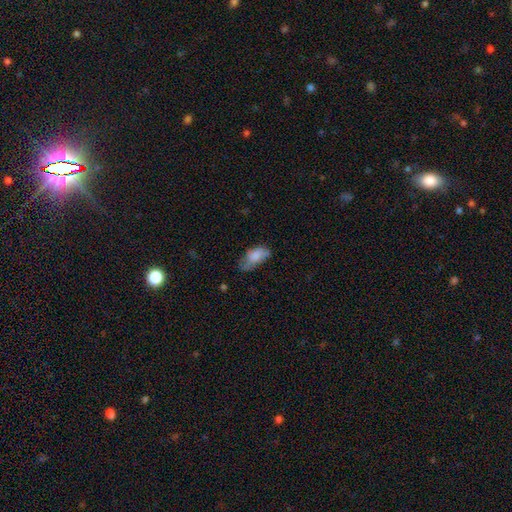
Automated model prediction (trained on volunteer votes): smooth_or_featured: smooth (p=0.74) [alt: featured or disk p=0.19]
how_rounded: in between (p=0.90) [alt: cigar-shaped p=0.06]
merging: none (p=0.42) [alt: minor disturbance p=0.38]